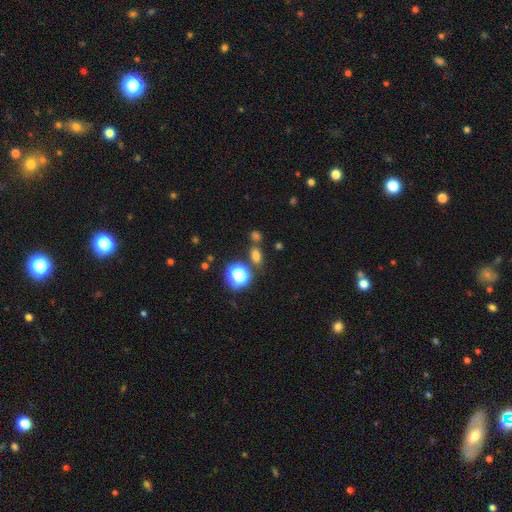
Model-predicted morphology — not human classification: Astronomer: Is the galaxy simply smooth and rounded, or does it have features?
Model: smooth — 68%.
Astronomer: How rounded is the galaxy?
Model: in between — 65%.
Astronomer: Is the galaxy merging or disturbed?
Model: none — 72%.